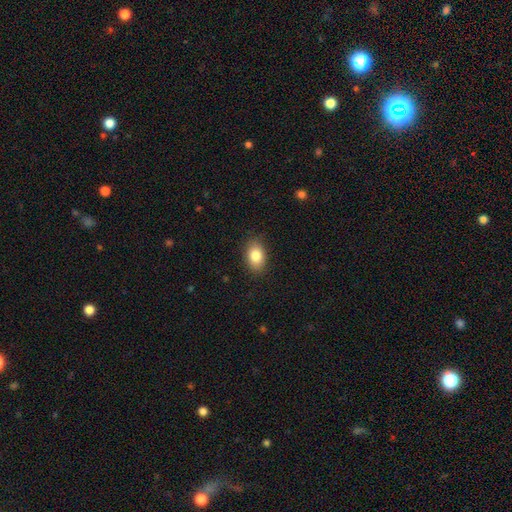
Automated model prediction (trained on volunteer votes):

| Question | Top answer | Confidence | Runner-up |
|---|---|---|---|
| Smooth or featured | smooth | 84% | star or artifact (8%) |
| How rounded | in between | 82% | round (16%) |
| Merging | none | 86% | minor disturbance (10%) |